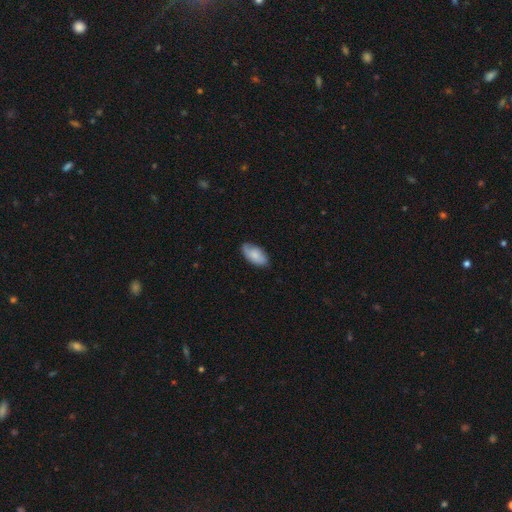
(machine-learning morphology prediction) Smooth or featured? Predicted: smooth (p=0.73). How rounded? Predicted: in between (p=0.94). Merging? Predicted: none (p=0.75).